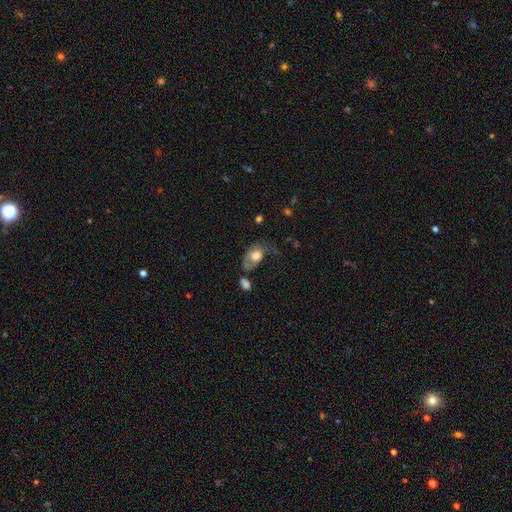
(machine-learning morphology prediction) smooth 69%, featured or disk 24%, star or artifact 8%. Down the decision tree: how rounded — in between (80%); merging — major disturbance (33%).